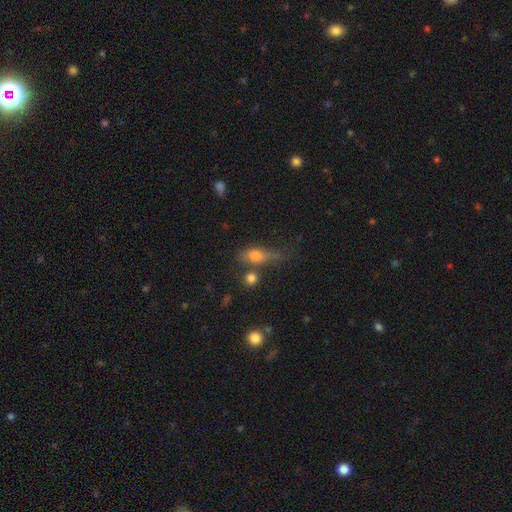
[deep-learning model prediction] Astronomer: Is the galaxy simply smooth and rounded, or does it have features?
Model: smooth — 69%.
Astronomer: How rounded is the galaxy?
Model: in between — 62%.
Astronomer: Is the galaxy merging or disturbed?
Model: none — 40% (runner-up: minor disturbance, 28%).